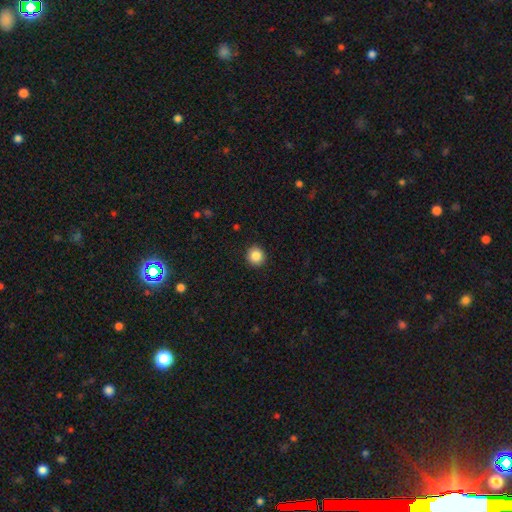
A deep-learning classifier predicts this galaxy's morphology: A smooth galaxy with no disk features (86%) that is round (92%).

Vote fractions:
- Smooth or featured? smooth: 86% / star or artifact: 9% / featured or disk: 4%
- How rounded? round: 92% / in between: 7% / cigar-shaped: 1%
- Merging? none: 92% / minor disturbance: 5% / major disturbance: 2% / merger: 1%